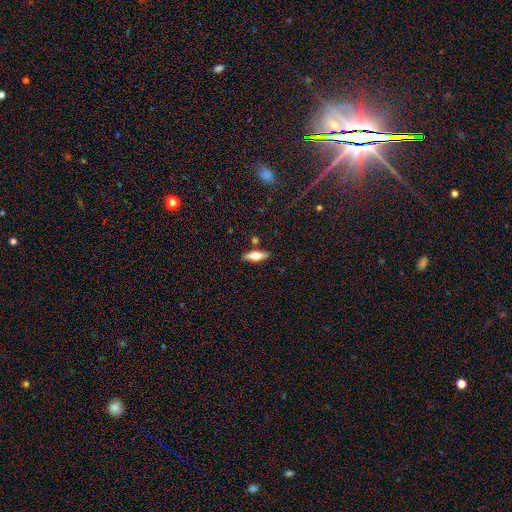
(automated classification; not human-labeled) smooth-or-featured: smooth: 50% | featured or disk: 43% | star or artifact: 7%
  how-rounded: in between: 54% | cigar-shaped: 43% | round: 3%
  merging: none: 85% | minor disturbance: 9% | merger: 3% | major disturbance: 2%